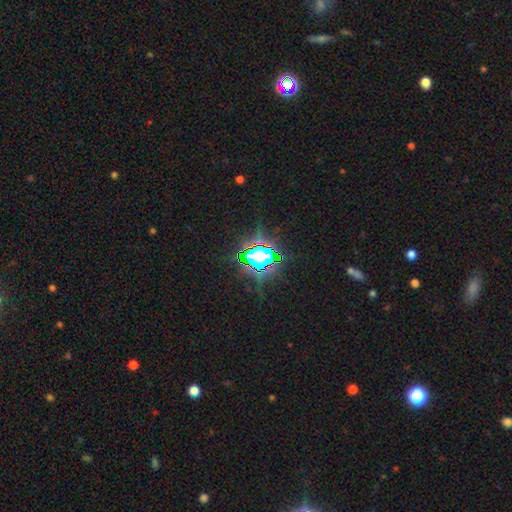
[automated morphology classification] This is clearly a star or artifact rather than a galaxy (81%).